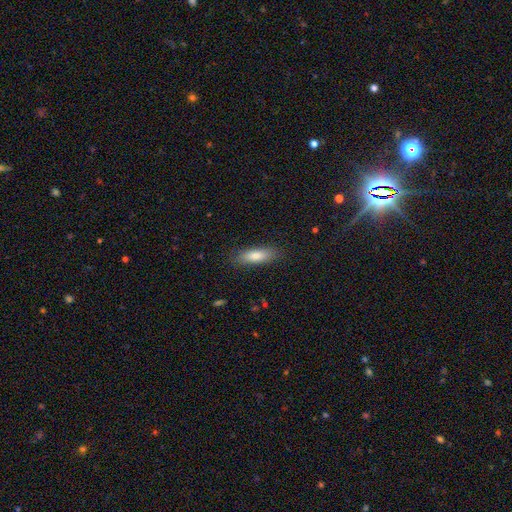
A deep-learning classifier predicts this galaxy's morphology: A smooth galaxy with no disk features (80%) that is cigar-shaped (52%). Merging: none (87%).